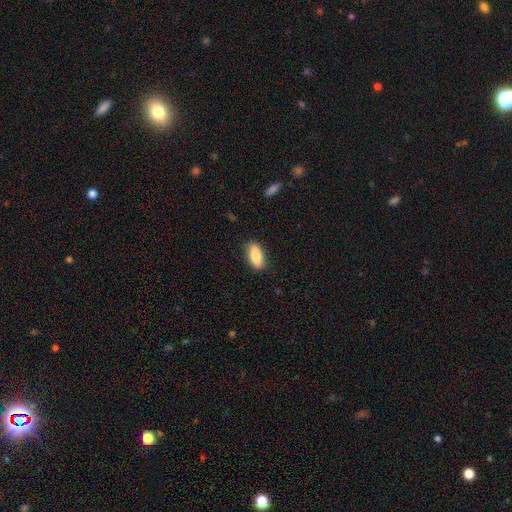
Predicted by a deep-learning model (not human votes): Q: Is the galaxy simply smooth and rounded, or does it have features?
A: smooth — 83%.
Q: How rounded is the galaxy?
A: in between — 77%.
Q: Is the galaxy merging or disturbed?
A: none — 82%.